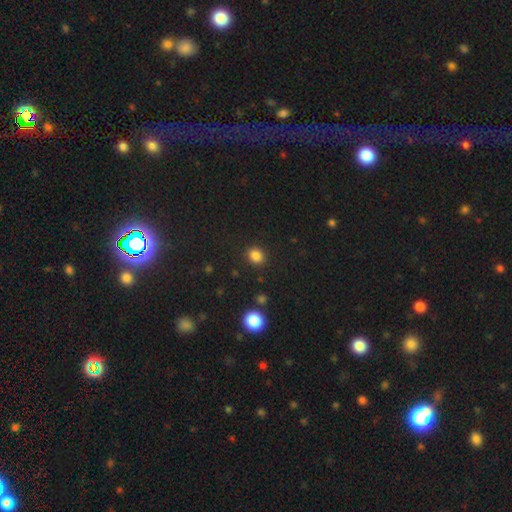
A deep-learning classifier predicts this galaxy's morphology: Smooth or featured? smooth (84%)
How rounded? round (74%)
Merging? none (90%)